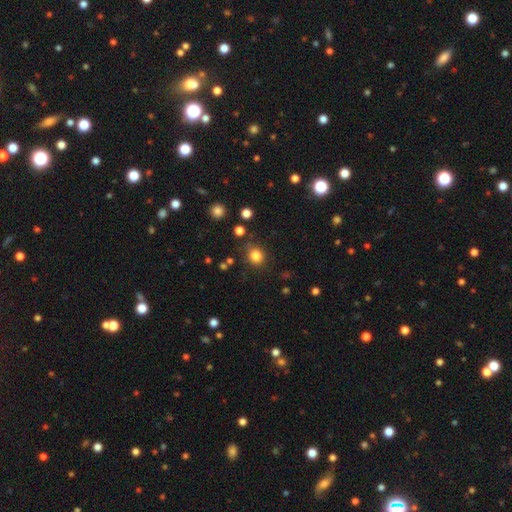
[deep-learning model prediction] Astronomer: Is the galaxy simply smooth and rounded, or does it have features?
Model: smooth — 82%.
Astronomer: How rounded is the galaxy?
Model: round — 83%.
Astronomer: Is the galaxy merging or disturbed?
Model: none — 80%.